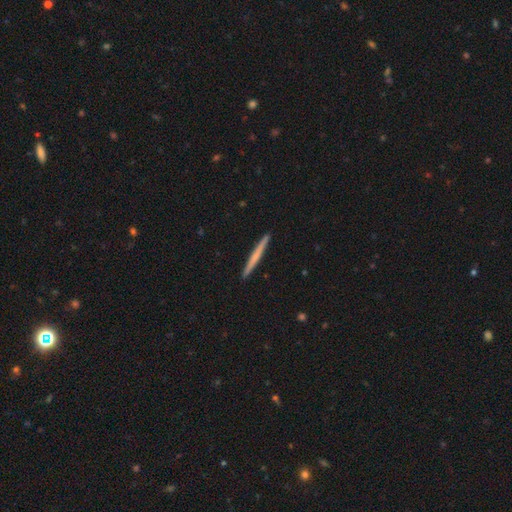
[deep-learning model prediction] Smooth or featured? smooth (51%)
How rounded? cigar-shaped (97%)
Merging? none (93%)